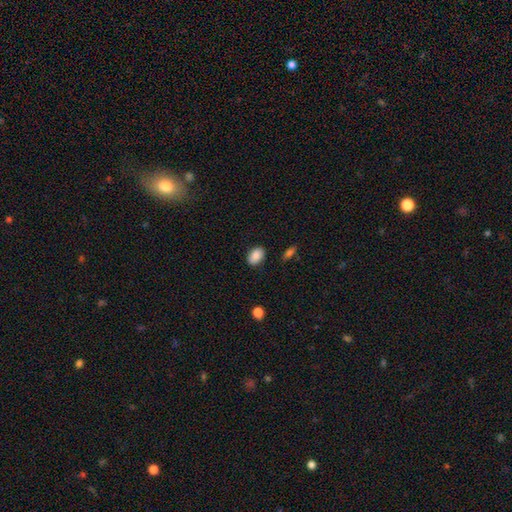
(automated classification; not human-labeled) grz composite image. It shows a smooth galaxy with no disk features (88%) that is in between round and cigar-shaped (82%). Merging: none (85%).